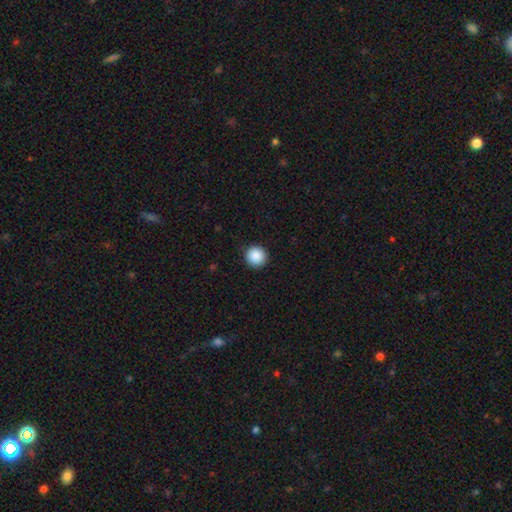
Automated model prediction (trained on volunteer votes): smooth-or-featured: smooth: 89% | star or artifact: 9% | featured or disk: 3%
  how-rounded: round: 95% | in between: 4% | cigar-shaped: 1%
  merging: none: 91% | minor disturbance: 6% | major disturbance: 2% | merger: 1%